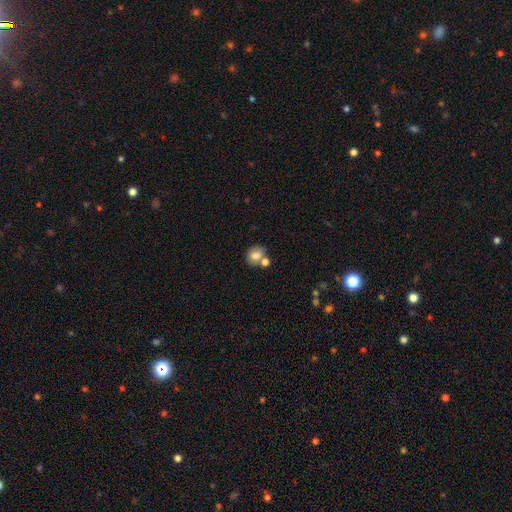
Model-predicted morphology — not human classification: Smooth or featured? Predicted: smooth (p=0.76). How rounded? Predicted: round (p=0.61). Merging? Predicted: none (p=0.52).